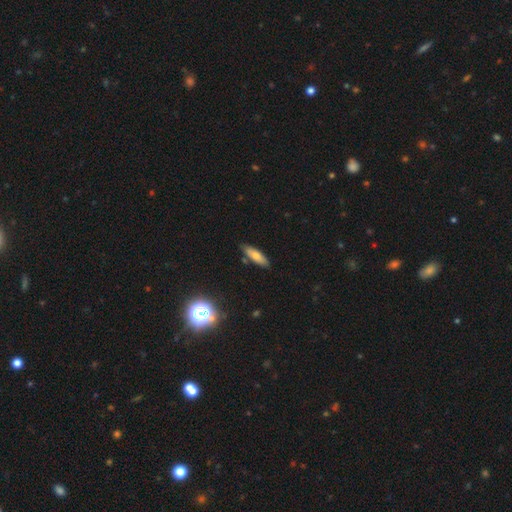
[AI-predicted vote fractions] smooth-or-featured: smooth: 71% | featured or disk: 20% | star or artifact: 9%
  how-rounded: cigar-shaped: 55% | in between: 43% | round: 2%
  merging: none: 83% | minor disturbance: 11% | merger: 3% | major disturbance: 2%